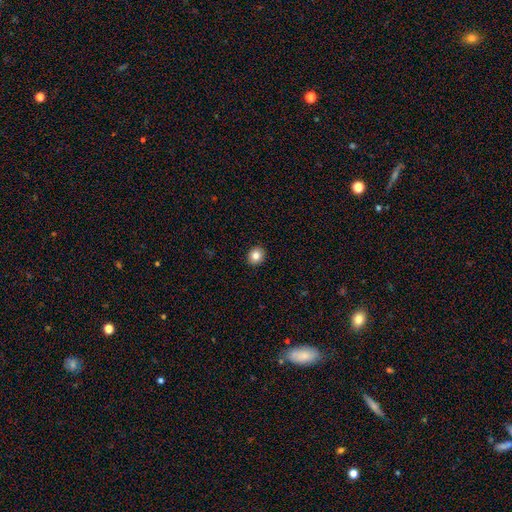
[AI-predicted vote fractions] Q: Smooth or featured?
A: smooth (83%); runner-up: star or artifact (10%)
Q: How rounded?
A: round (72%); runner-up: in between (27%)
Q: Merging?
A: none (92%); runner-up: minor disturbance (5%)